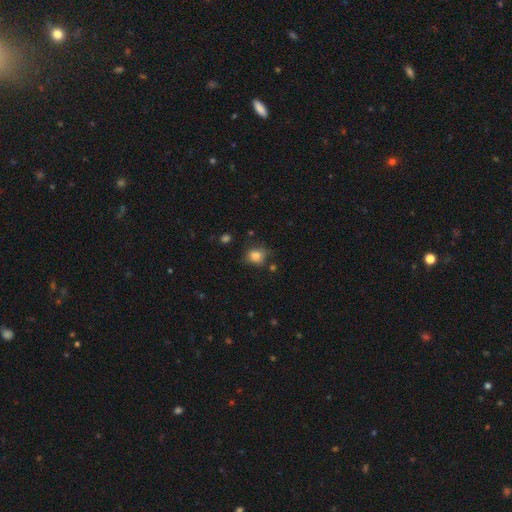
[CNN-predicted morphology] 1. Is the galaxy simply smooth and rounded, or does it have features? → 82% smooth, 11% star or artifact, 7% featured or disk.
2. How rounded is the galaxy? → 68% round, 31% in between, 1% cigar-shaped.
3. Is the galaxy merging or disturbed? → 65% none, 23% minor disturbance, 7% major disturbance, 4% merger.